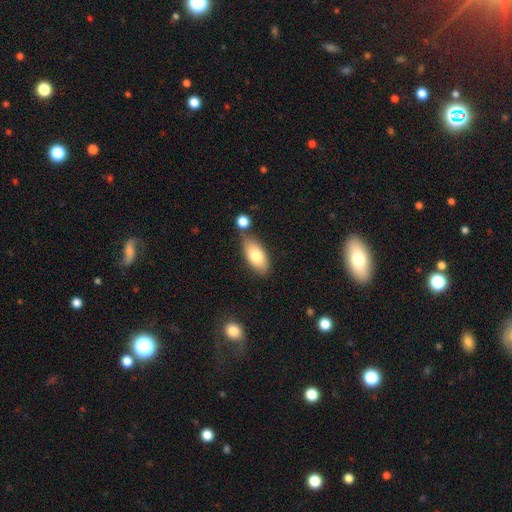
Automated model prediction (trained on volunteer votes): This appears to be a smooth galaxy with no disk features (78%) that is in between round and cigar-shaped (90%). Merging: none (68%).